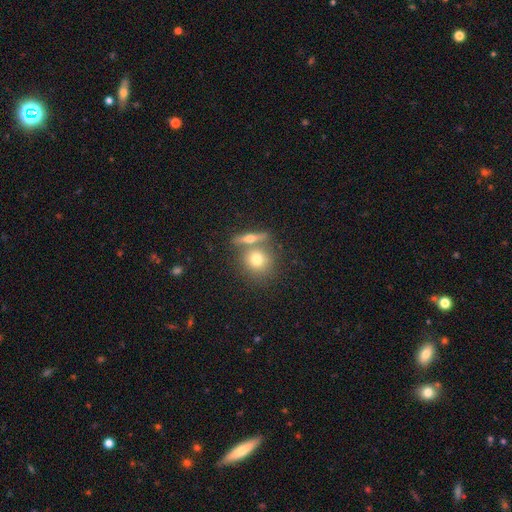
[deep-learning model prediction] The model was most divided on "merging": none: 50%, merger: 38%, minor disturbance: 8%, major disturbance: 4%. More confident: how rounded — round (79%); smooth or featured — smooth (62%).